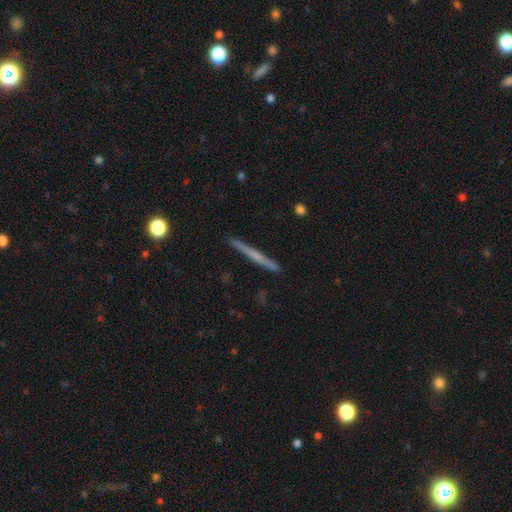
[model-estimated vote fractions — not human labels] A featured or disk galaxy (55%) viewed edge-on (98%) with no central bulge (62%). Merging: none (91%).